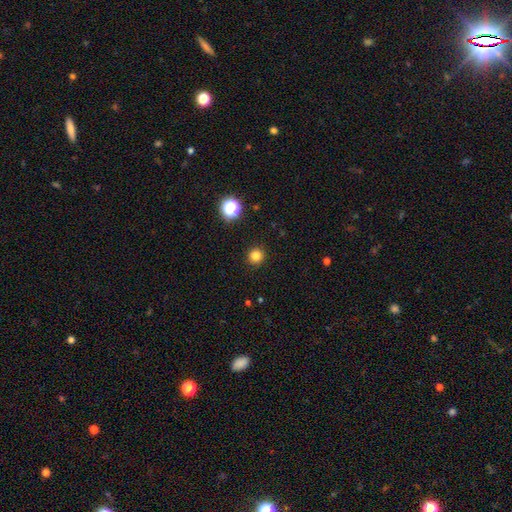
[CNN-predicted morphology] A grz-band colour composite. It shows a smooth galaxy with no disk features (82%) that is round (95%). Merging: none (93%).